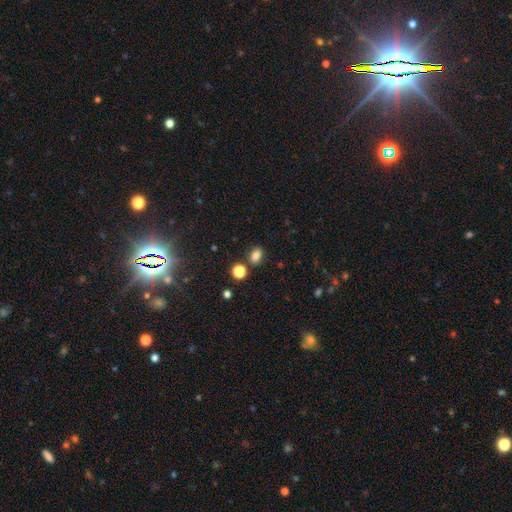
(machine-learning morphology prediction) The model was most divided on "how rounded": in between: 65%, round: 34%, cigar-shaped: 1%. More confident: smooth or featured — smooth (80%); merging — none (79%).